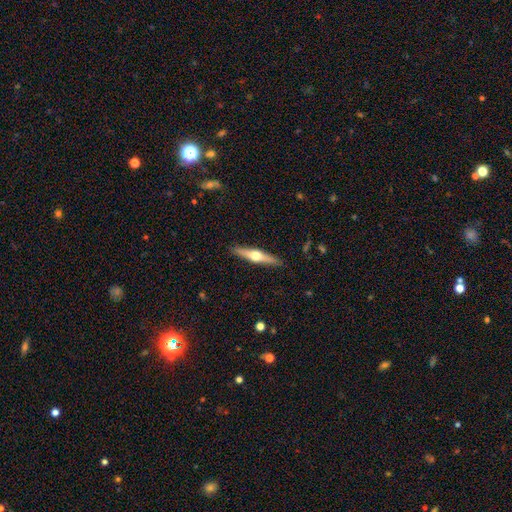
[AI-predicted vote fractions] This appears to be a featured or disk galaxy (66%) viewed edge-on (97%) with a rounded central bulge (95%). Merging: none (91%).